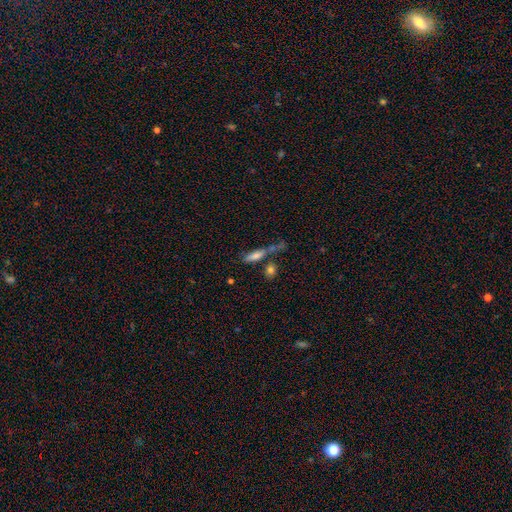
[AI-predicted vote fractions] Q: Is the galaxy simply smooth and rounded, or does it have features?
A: smooth — 65%.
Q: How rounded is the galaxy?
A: cigar-shaped — 63%.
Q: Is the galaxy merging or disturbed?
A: none — 47%.